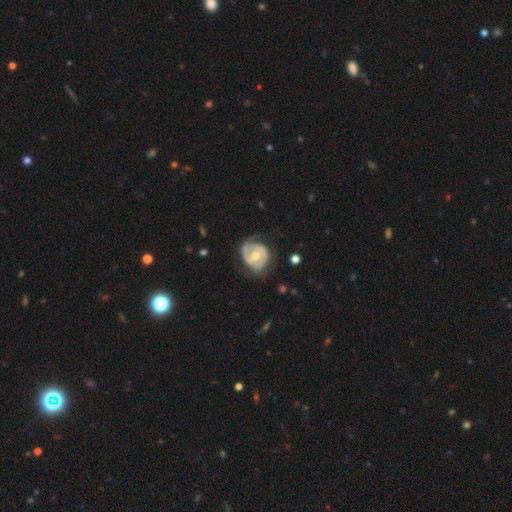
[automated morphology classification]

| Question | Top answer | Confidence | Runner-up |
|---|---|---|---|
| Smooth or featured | featured or disk | 73% | smooth (22%) |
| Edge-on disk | no | 97% | yes (3%) |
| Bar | no | 47% | weak (37%) |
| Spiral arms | yes | 71% | no (29%) |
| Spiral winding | tight | 42% | medium (38%) |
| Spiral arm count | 2 | 68% | can't tell (17%) |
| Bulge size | moderate | 69% | small (26%) |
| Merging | none | 58% | minor disturbance (26%) |